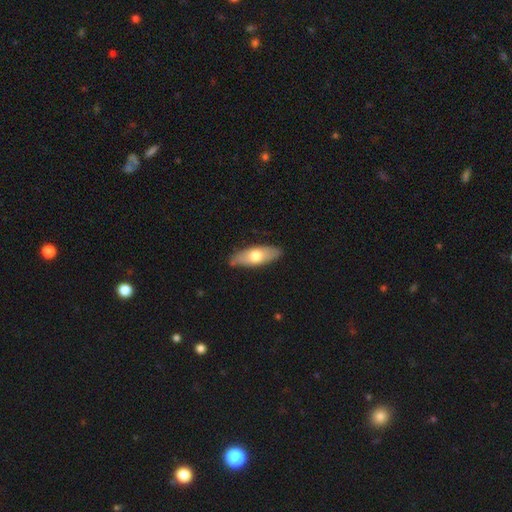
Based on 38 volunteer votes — Smooth or featured: smooth — 50% (featured or disk — 45%)
How rounded: in between — 79% (cigar-shaped — 16%)
Merging: none — 72% (minor disturbance — 14%)